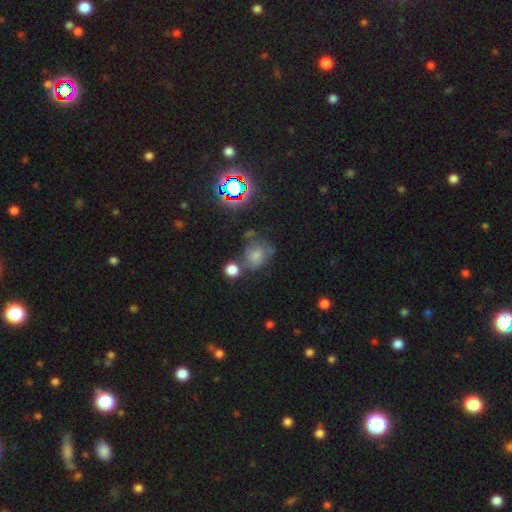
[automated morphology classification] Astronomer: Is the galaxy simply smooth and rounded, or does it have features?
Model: smooth — 55%.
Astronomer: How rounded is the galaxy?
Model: round — 65%.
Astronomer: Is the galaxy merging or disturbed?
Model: none — 43% (runner-up: minor disturbance, 22%).